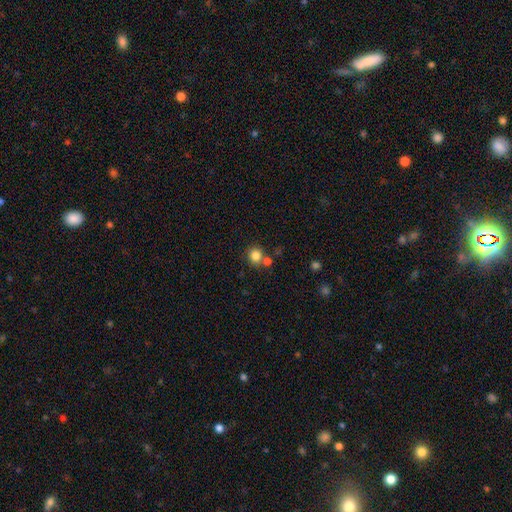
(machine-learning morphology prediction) Smooth or featured? Predicted: smooth (p=0.82). How rounded? Predicted: round (p=0.89). Merging? Predicted: none (p=0.67).